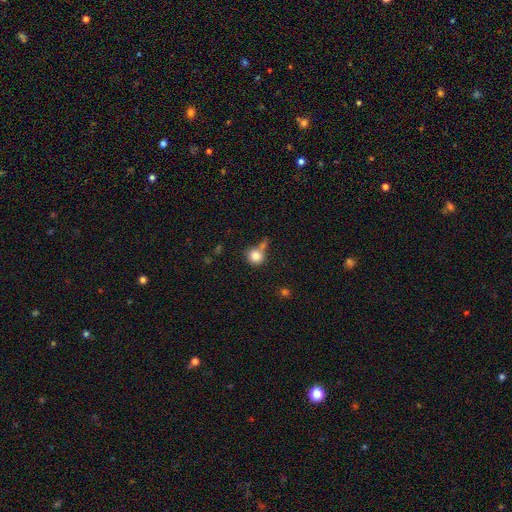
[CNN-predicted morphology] Overall: smooth (83%). How rounded: round (84%). Merging: none (49%; merger 27%).